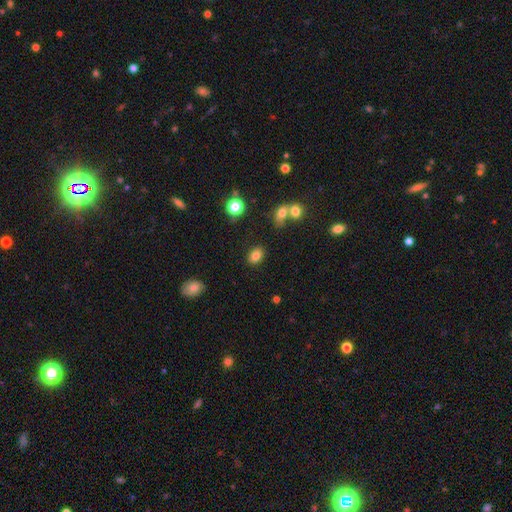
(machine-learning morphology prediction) smooth-or-featured: smooth: 82% | star or artifact: 11% | featured or disk: 7%
  how-rounded: in between: 73% | round: 26% | cigar-shaped: 1%
  merging: none: 84% | minor disturbance: 9% | merger: 5% | major disturbance: 3%